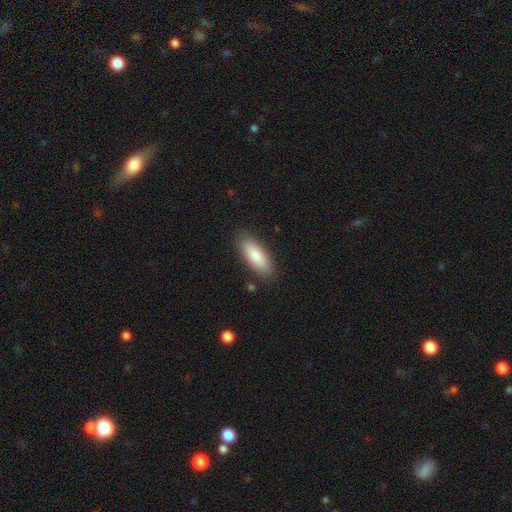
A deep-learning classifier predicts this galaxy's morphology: This is clearly a smooth galaxy (82%). How rounded: likely in between (68%). Merging: clearly none (85%).